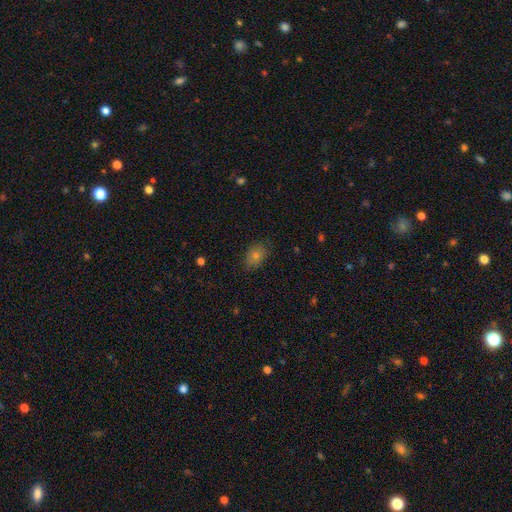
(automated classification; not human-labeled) Smooth or featured? smooth (66%)
How rounded? in between (72%)
Merging? none (79%)